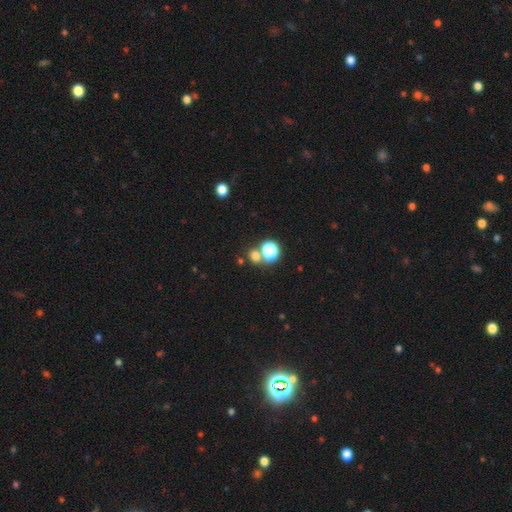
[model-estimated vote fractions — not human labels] Morphology: type=smooth (64%); roundness=round (69%); merging=none (63%).